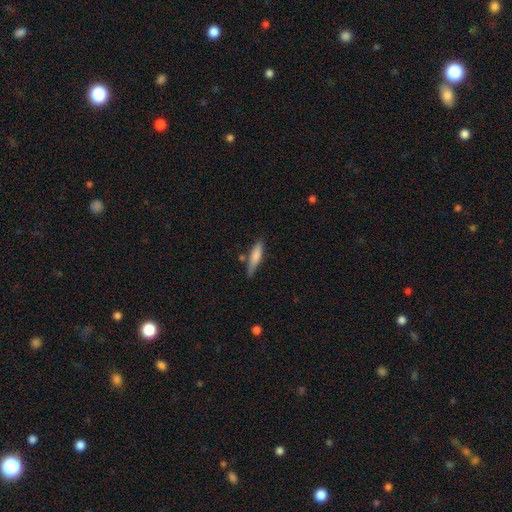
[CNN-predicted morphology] smooth-or-featured: smooth: 76% | featured or disk: 18% | star or artifact: 6%
  how-rounded: cigar-shaped: 78% | in between: 20% | round: 2%
  merging: none: 68% | minor disturbance: 21% | merger: 6% | major disturbance: 4%